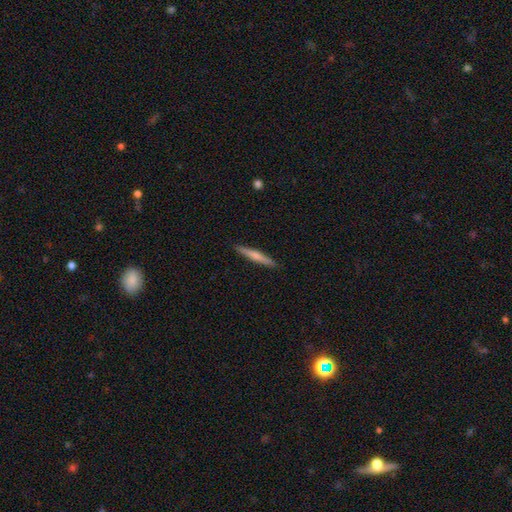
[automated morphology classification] This is possibly a smooth galaxy (58%). How rounded: clearly cigar-shaped (95%). Merging: clearly none (91%).